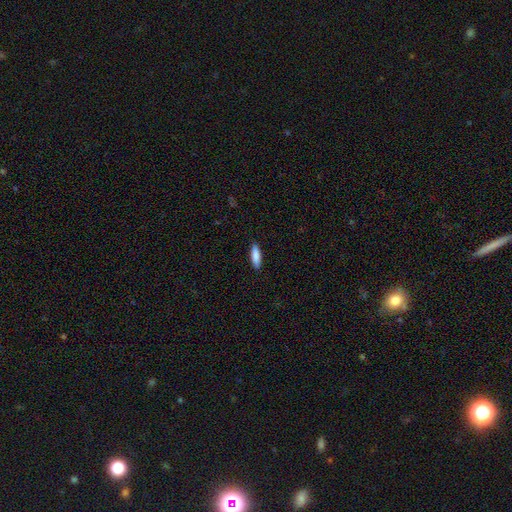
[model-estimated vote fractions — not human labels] Smooth or featured? smooth (87%)
How rounded? cigar-shaped (55%)
Merging? none (89%)